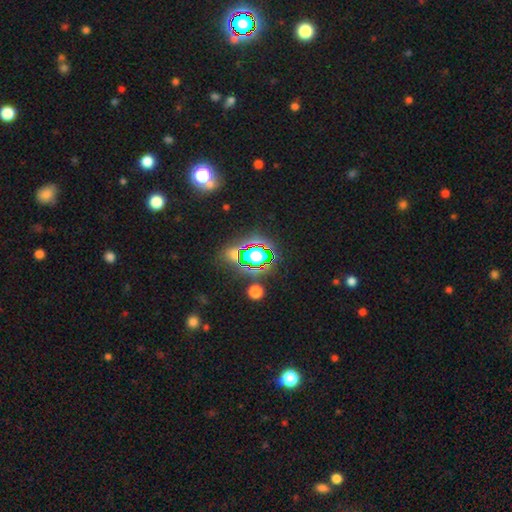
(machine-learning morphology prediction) Smooth or featured: star or artifact — 63% (smooth — 24%)